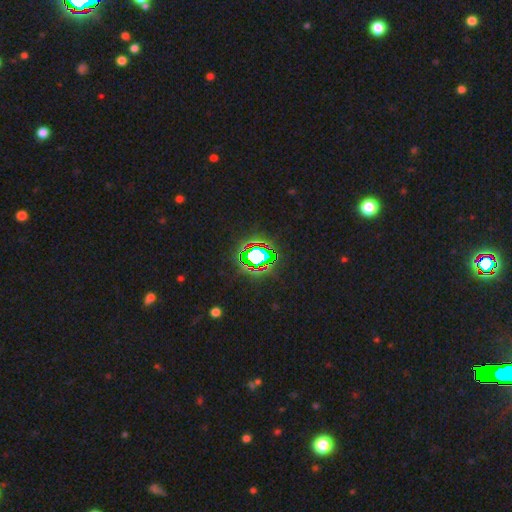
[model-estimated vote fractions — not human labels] This is likely a star or artifact rather than a galaxy (70%).